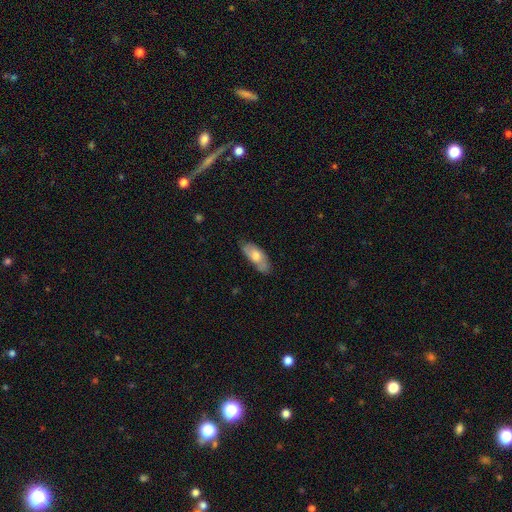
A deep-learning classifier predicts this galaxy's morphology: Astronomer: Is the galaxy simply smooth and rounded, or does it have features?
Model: smooth — 66%.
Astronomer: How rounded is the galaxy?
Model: in between — 82%.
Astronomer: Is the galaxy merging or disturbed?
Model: none — 72%.